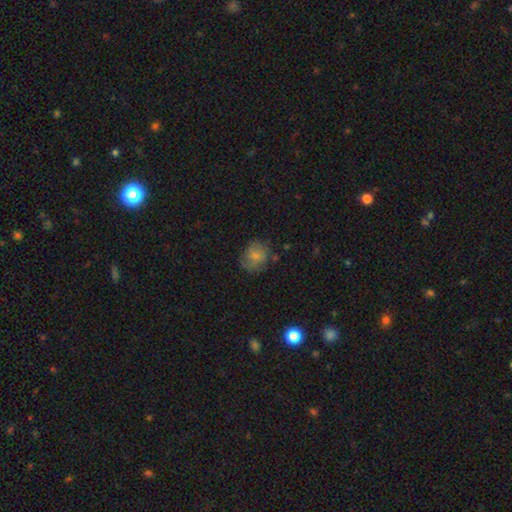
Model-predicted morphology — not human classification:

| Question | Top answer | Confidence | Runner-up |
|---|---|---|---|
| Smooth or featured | smooth | 75% | featured or disk (16%) |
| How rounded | round | 67% | in between (32%) |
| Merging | none | 65% | minor disturbance (23%) |